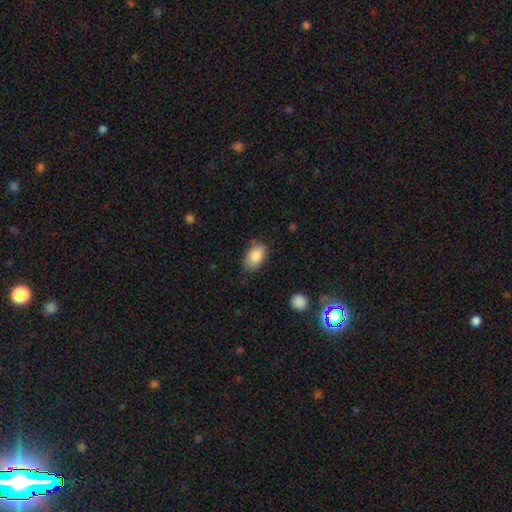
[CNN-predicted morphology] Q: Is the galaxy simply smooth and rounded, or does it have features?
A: smooth — 87%.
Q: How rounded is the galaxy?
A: in between — 91%.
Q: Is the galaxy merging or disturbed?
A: none — 76%.